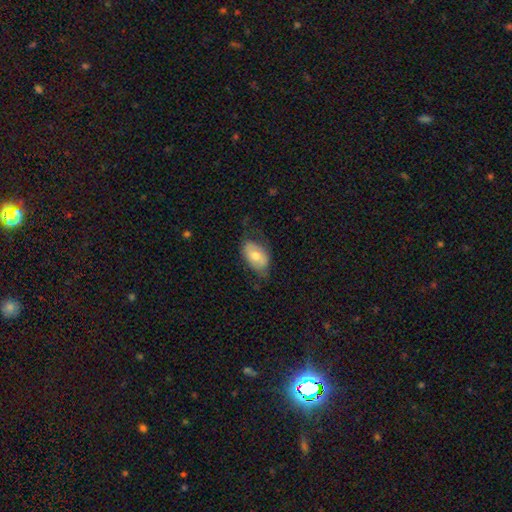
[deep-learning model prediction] Smooth or featured? Predicted: smooth (p=0.67). How rounded? Predicted: in between (p=0.91). Merging? Predicted: none (p=0.59).